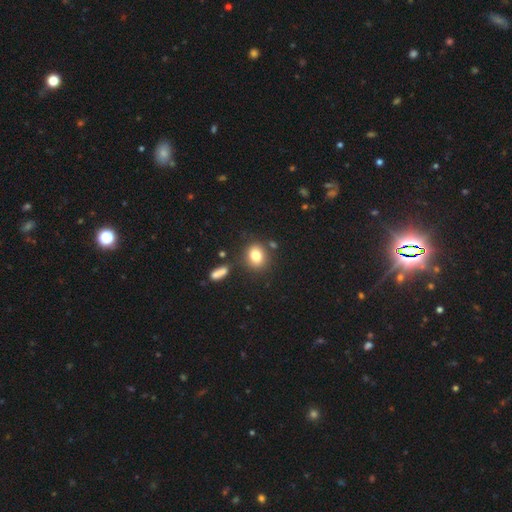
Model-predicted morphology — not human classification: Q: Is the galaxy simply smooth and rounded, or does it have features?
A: smooth — 81%.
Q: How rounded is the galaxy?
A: round — 59%.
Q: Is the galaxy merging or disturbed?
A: none — 78%.